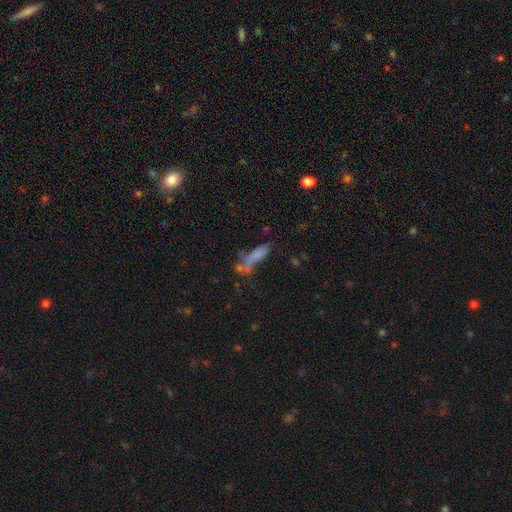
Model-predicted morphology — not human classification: Overall: smooth (66%). How rounded: cigar-shaped (54%; in between 43%). Merging: none (36%; merger 26%).